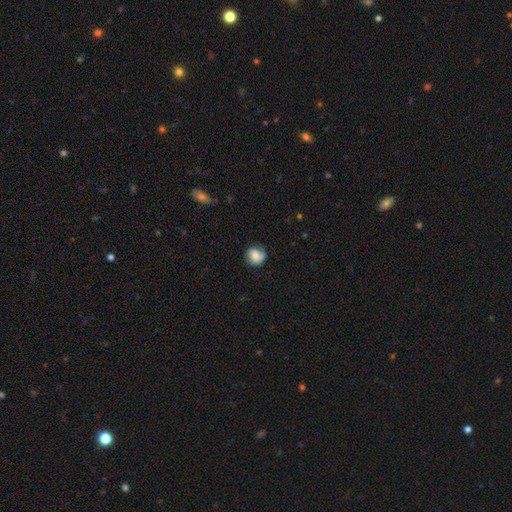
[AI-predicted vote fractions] A smooth galaxy with no disk features (60%) that is round (78%).

Vote fractions:
- Smooth or featured? smooth: 60% / featured or disk: 31% / star or artifact: 9%
- How rounded? round: 78% / in between: 21% / cigar-shaped: 1%
- Merging? none: 68% / minor disturbance: 22% / major disturbance: 8% / merger: 2%